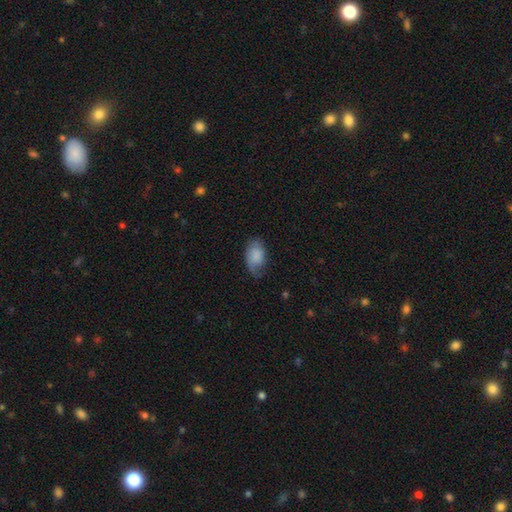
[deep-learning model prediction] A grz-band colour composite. It shows a smooth galaxy with no disk features (73%) that is in between round and cigar-shaped (91%). Merging: none (55%).